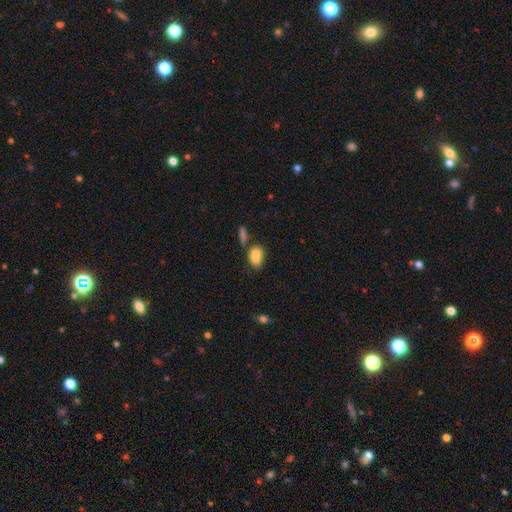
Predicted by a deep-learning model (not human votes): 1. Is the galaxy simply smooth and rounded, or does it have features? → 78% smooth, 13% featured or disk, 9% star or artifact.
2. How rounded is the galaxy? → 76% in between, 22% round, 2% cigar-shaped.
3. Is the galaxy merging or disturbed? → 47% merger, 36% none, 12% minor disturbance, 5% major disturbance.